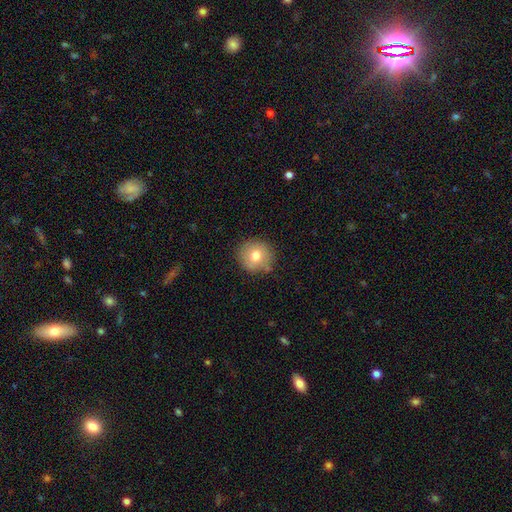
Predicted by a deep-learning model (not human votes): This appears to be a smooth galaxy with no disk features (75%) that is round (92%). Merging: none (84%).